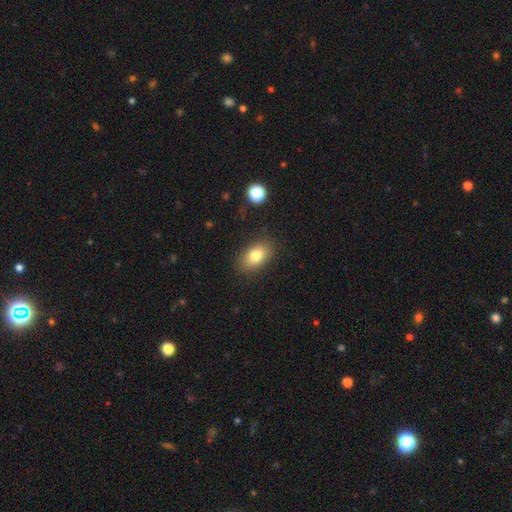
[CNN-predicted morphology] This is likely a smooth galaxy (79%). How rounded: clearly in between (87%). Merging: clearly none (86%).